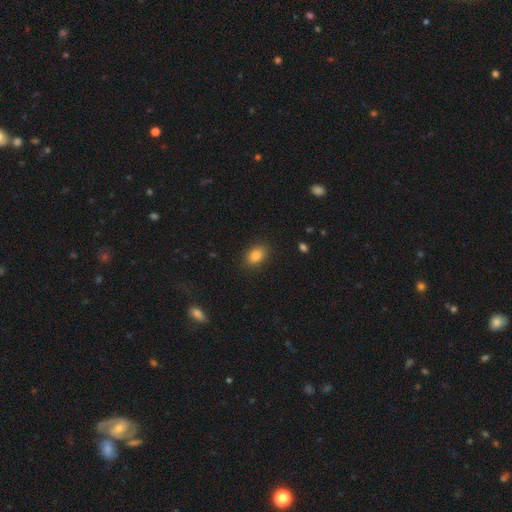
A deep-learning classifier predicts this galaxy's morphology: This appears to be a smooth galaxy with no disk features (84%) that is in between round and cigar-shaped (79%). Merging: none (87%).